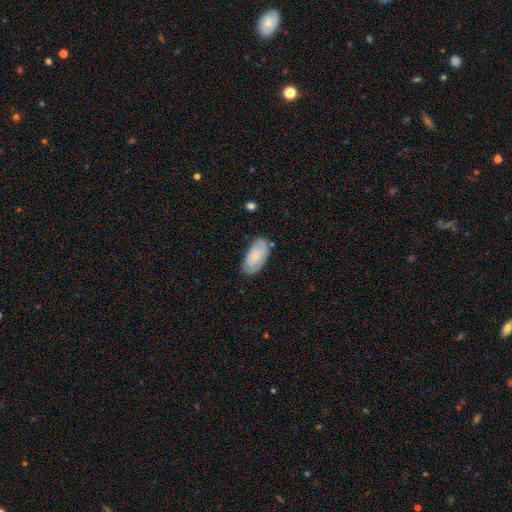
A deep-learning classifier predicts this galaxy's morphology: Smooth or featured? smooth (64%)
How rounded? in between (94%)
Merging? none (72%)